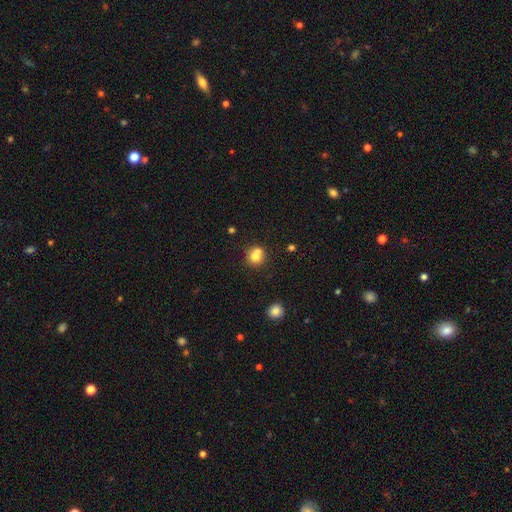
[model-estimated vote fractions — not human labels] Overall: smooth (76%). How rounded: round (85%). Merging: none (53%; merger 33%).